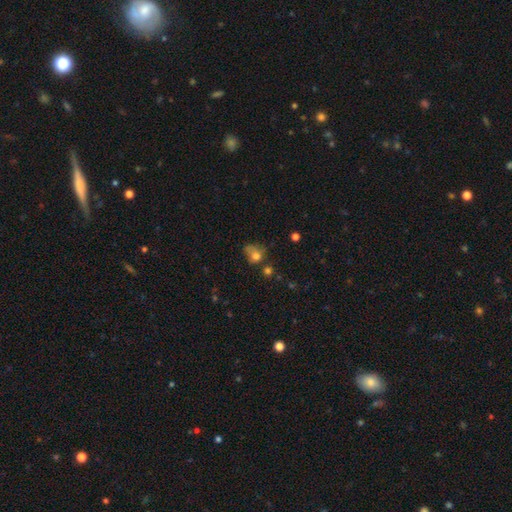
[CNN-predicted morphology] smooth-or-featured: smooth: 72% | star or artifact: 14% | featured or disk: 14%
  how-rounded: round: 62% | in between: 37% | cigar-shaped: 1%
  merging: none: 36% | minor disturbance: 28% | major disturbance: 22% | merger: 14%